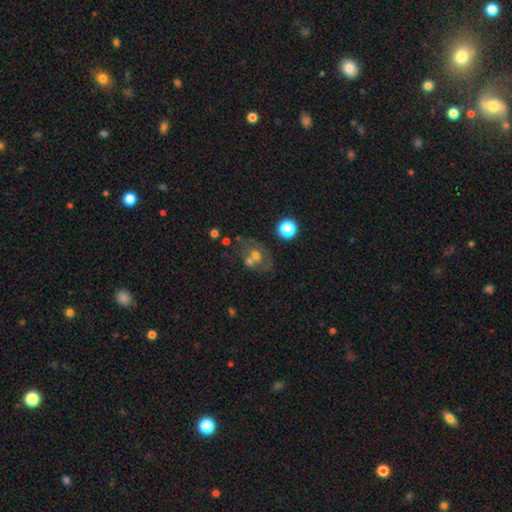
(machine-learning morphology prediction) Smooth or featured? smooth (46%)
Merging? merger (44%)